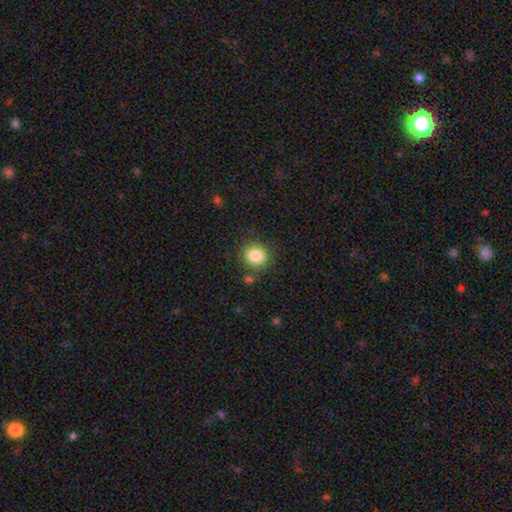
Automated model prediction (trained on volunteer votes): smooth 85%, star or artifact 10%, featured or disk 5%. Down the decision tree: how rounded — round (87%); merging — none (85%).